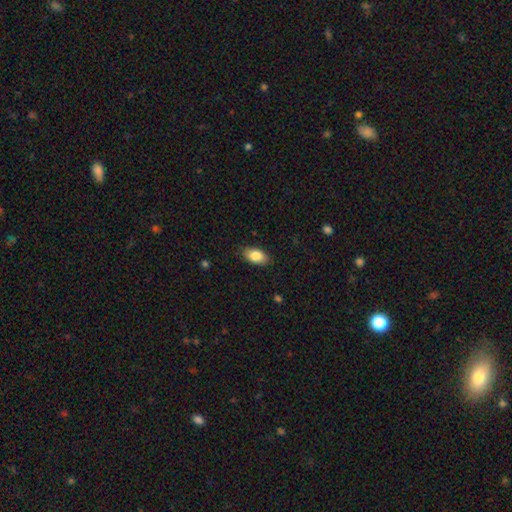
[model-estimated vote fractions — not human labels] The model was most divided on "merging": none: 85%, minor disturbance: 12%, major disturbance: 2%, merger: 1%. More confident: how rounded — in between (92%); smooth or featured — smooth (85%).